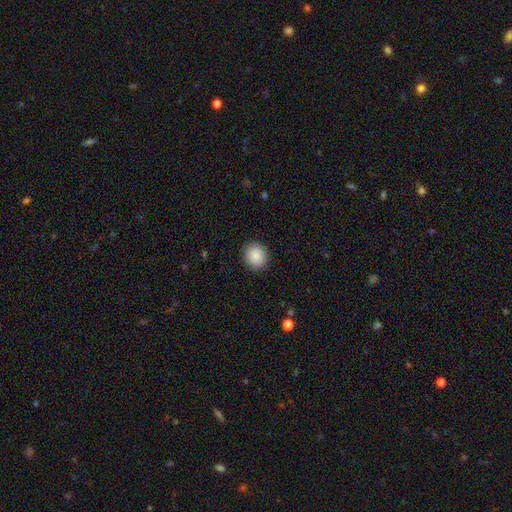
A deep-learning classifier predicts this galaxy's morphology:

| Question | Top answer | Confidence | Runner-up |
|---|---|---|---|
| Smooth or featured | smooth | 89% | star or artifact (8%) |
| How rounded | round | 80% | in between (20%) |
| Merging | none | 90% | minor disturbance (7%) |